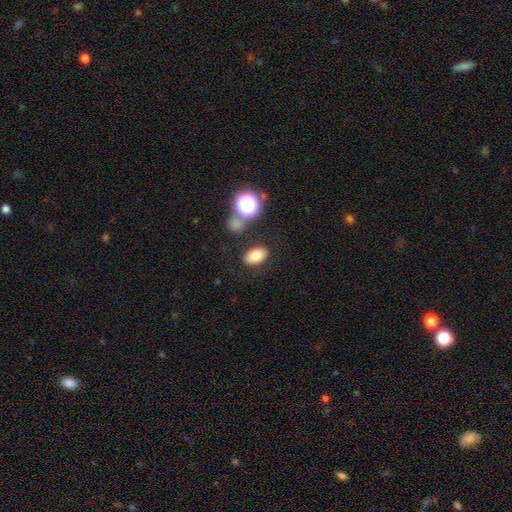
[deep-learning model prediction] Q: Smooth or featured?
A: smooth (79%); runner-up: star or artifact (12%)
Q: How rounded?
A: in between (86%); runner-up: round (13%)
Q: Merging?
A: none (81%); runner-up: minor disturbance (10%)